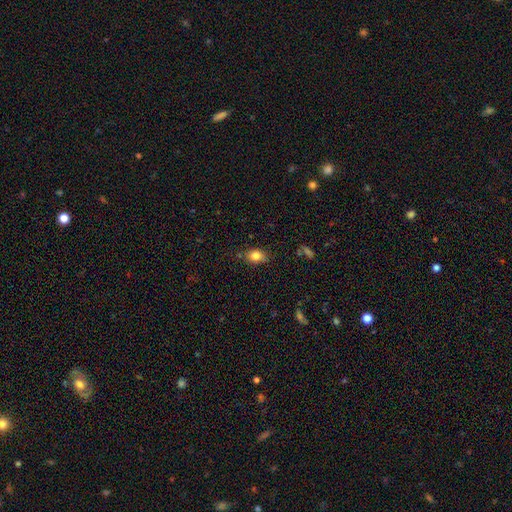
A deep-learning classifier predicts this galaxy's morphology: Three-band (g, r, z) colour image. It shows a smooth galaxy with no disk features (82%) that is in between round and cigar-shaped (76%). Merging: none (80%).